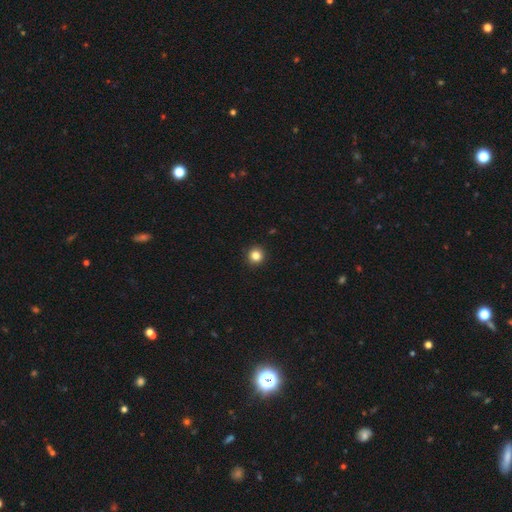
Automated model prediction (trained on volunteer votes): Smooth or featured? Predicted: smooth (p=0.84). How rounded? Predicted: round (p=0.95). Merging? Predicted: none (p=0.93).